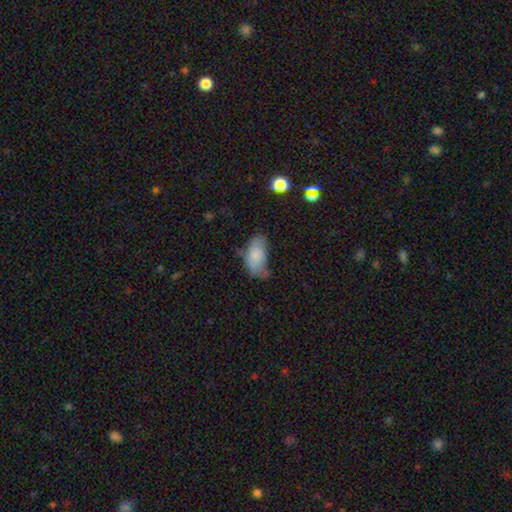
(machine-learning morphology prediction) A smooth galaxy with no disk features (78%) that is in between round and cigar-shaped (93%). Merging: none (43%).